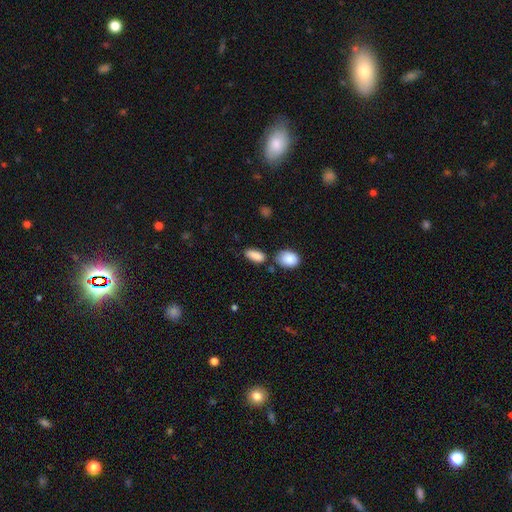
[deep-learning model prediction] smooth_or_featured: smooth (p=0.87) [alt: star or artifact p=0.07]
how_rounded: in between (p=0.85) [alt: cigar-shaped p=0.11]
merging: none (p=0.68) [alt: minor disturbance p=0.15]